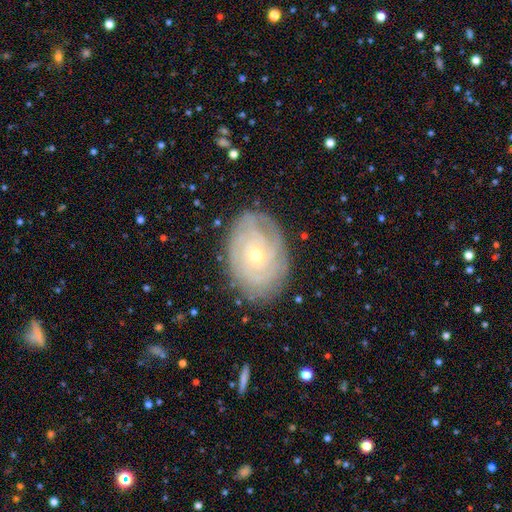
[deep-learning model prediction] Overall: featured or disk (76%). Edge-on disk: no (96%). Bar: no (81%). Spiral arms: yes (88%). Spiral arm count: can't tell (49%; 2 14%). Spiral winding: tight (79%). Bulge size: small (70%). Merging: none (82%).